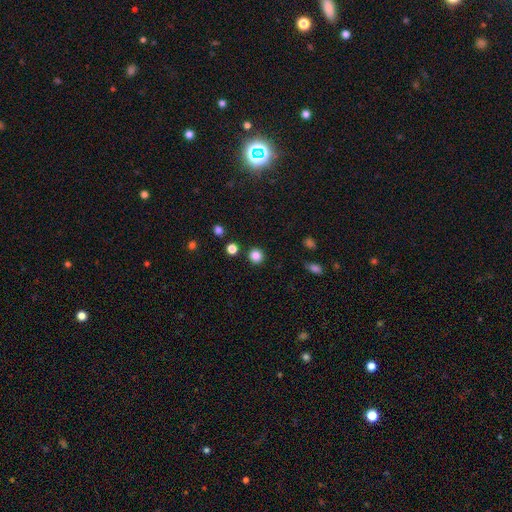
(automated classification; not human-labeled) This appears to be a smooth galaxy with no disk features (84%) that is round (94%). Merging: none (90%).